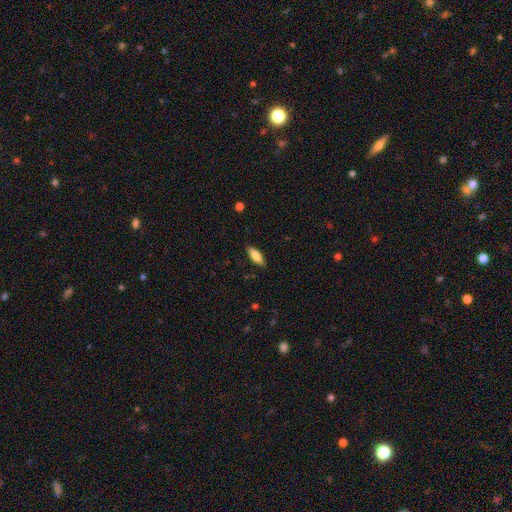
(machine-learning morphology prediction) smooth 79%, featured or disk 15%, star or artifact 6%. Down the decision tree: how rounded — in between (65%); merging — none (87%).